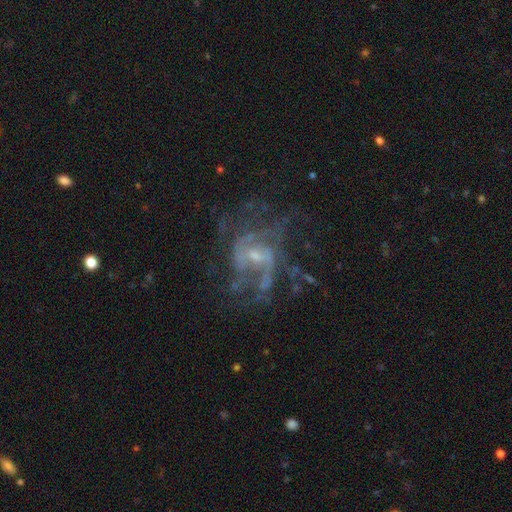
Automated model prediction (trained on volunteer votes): Smooth or featured? featured or disk (80%)
Edge-on disk? no (98%)
Bar? weak (45%)
Spiral arms? yes (81%)
Spiral winding? medium (45%)
Spiral arm count? can't tell (34%)
Bulge size? small (64%)
Merging? none (51%)